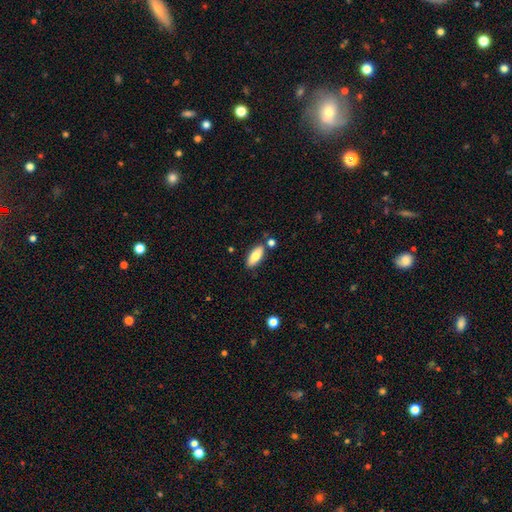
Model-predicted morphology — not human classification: Smooth or featured: smooth — 76% (featured or disk — 17%)
How rounded: in between — 82% (cigar-shaped — 16%)
Merging: none — 79% (minor disturbance — 11%)